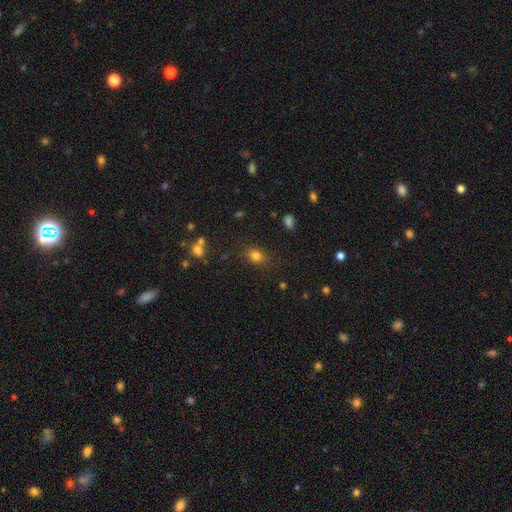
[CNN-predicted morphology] Smooth or featured? smooth (80%)
How rounded? in between (51%)
Merging? none (82%)